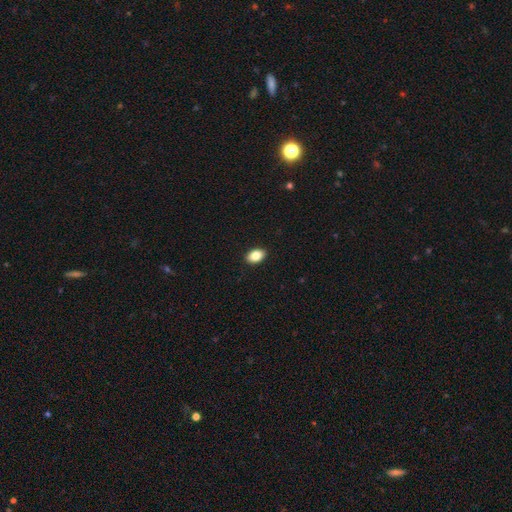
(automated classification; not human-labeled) Q: Smooth or featured?
A: smooth (85%); runner-up: star or artifact (8%)
Q: How rounded?
A: in between (86%); runner-up: round (12%)
Q: Merging?
A: none (90%); runner-up: minor disturbance (7%)